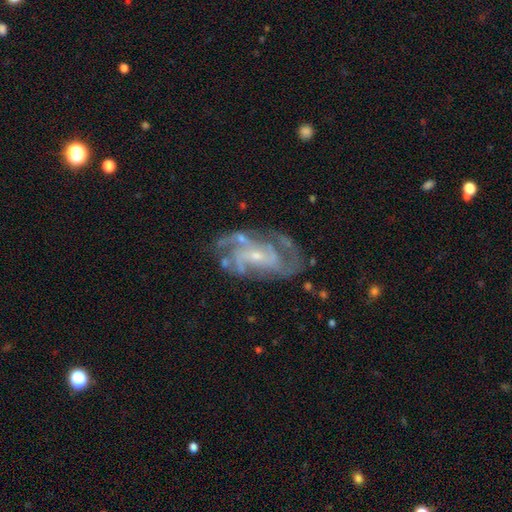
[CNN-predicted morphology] Smooth or featured? Predicted: featured or disk (p=0.87). Edge-on disk? Predicted: no (p=0.96). Bar? Predicted: no (p=0.51). Spiral arms? Predicted: yes (p=0.93). Spiral winding? Predicted: medium (p=0.45). Spiral arm count? Predicted: 3 (p=0.29). Bulge size? Predicted: small (p=0.73). Merging? Predicted: none (p=0.63).